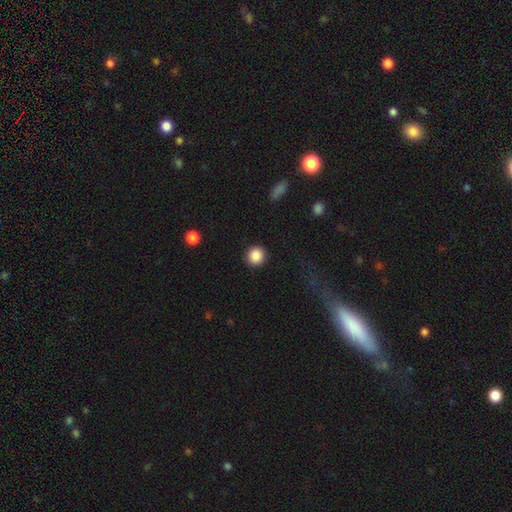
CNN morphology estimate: A smooth galaxy with no disk features (88%) that is round (93%). Merging: none (92%).